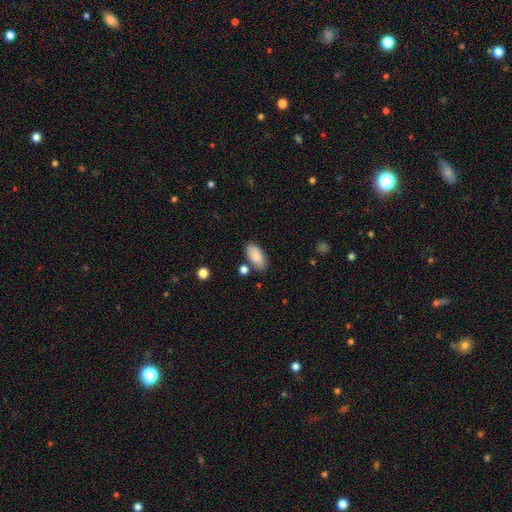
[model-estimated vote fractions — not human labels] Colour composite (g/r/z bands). It shows a smooth galaxy with no disk features (86%) that is in between round and cigar-shaped (92%). Merging: none (75%).